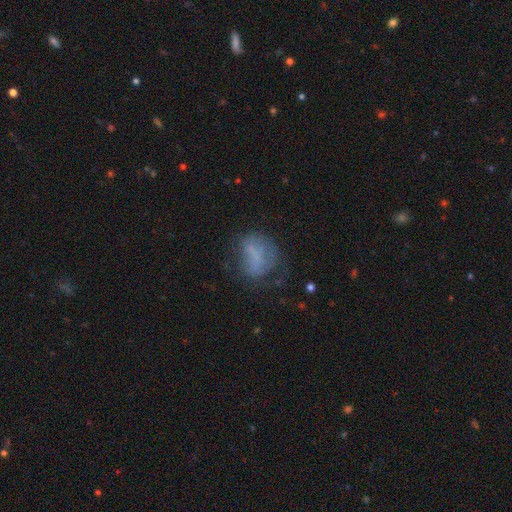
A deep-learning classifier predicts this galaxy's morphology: Q: Smooth or featured?
A: smooth (52%); runner-up: featured or disk (33%)
Q: How rounded?
A: in between (54%); runner-up: round (44%)
Q: Merging?
A: none (45%); runner-up: major disturbance (26%)